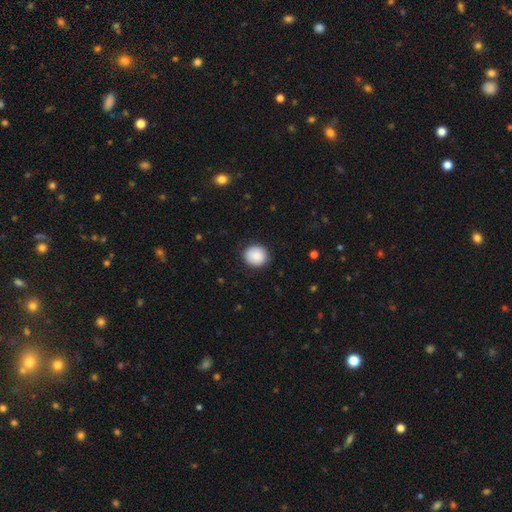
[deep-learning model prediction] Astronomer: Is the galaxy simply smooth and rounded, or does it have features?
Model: smooth — 89%.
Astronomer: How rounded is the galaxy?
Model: round — 82%.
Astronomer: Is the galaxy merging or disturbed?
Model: none — 88%.